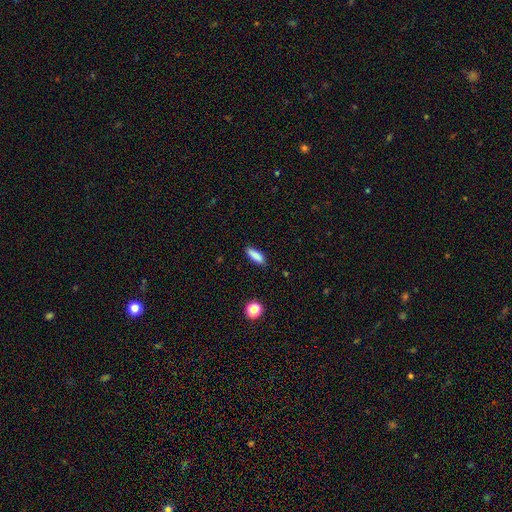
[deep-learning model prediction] Smooth or featured?
  - smooth: 85% *
  - star or artifact: 8%
  - featured or disk: 7%
How rounded?
  - in between: 50% *
  - cigar-shaped: 47%
  - round: 2%
Merging?
  - none: 87% *
  - minor disturbance: 10%
  - major disturbance: 2%
  - merger: 1%